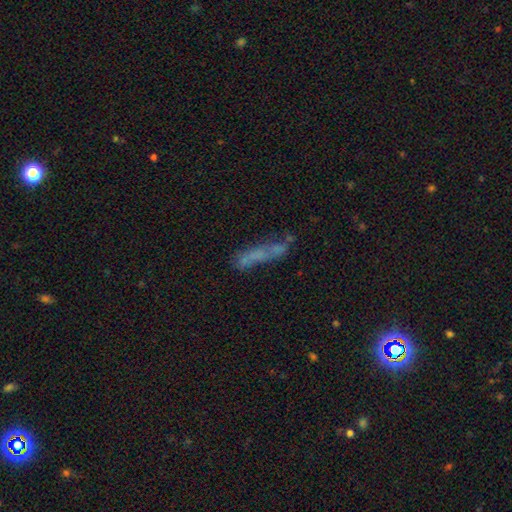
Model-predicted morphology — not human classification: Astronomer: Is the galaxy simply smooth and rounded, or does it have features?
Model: smooth — 50% (runner-up: featured or disk, 36%).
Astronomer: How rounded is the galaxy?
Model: cigar-shaped — 80%.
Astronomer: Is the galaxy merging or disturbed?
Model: none — 48%.